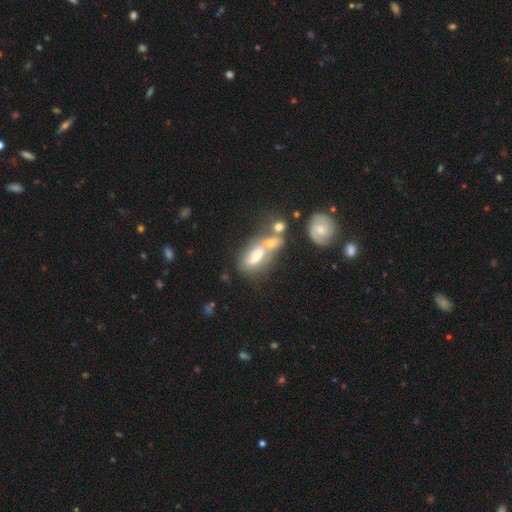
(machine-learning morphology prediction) Smooth or featured: smooth — 47% (featured or disk — 41%)
Merging: merger — 55% (none — 23%)